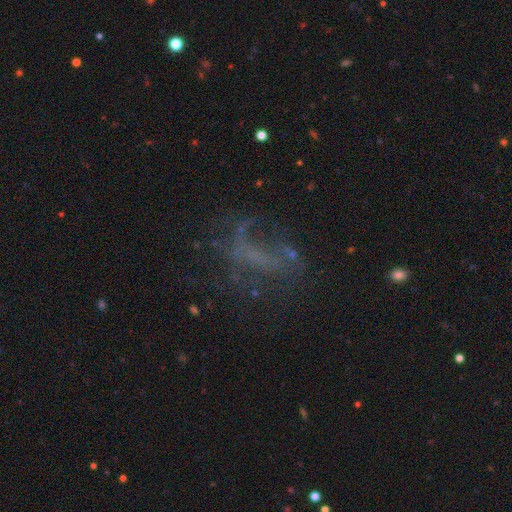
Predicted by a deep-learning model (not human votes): Smooth or featured? Predicted: featured or disk (p=0.44). Merging? Predicted: none (p=0.46).